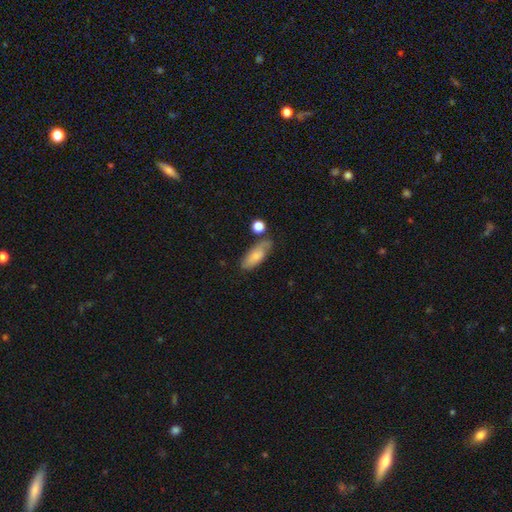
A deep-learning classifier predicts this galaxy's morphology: Q: Smooth or featured?
A: smooth (70%); runner-up: featured or disk (23%)
Q: How rounded?
A: in between (76%); runner-up: cigar-shaped (21%)
Q: Merging?
A: none (62%); runner-up: minor disturbance (23%)